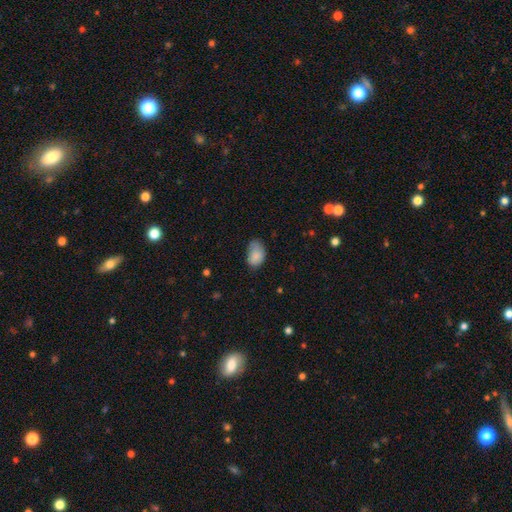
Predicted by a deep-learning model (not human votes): Q: Smooth or featured?
A: smooth (84%); runner-up: star or artifact (8%)
Q: How rounded?
A: in between (87%); runner-up: round (12%)
Q: Merging?
A: none (47%); runner-up: minor disturbance (38%)